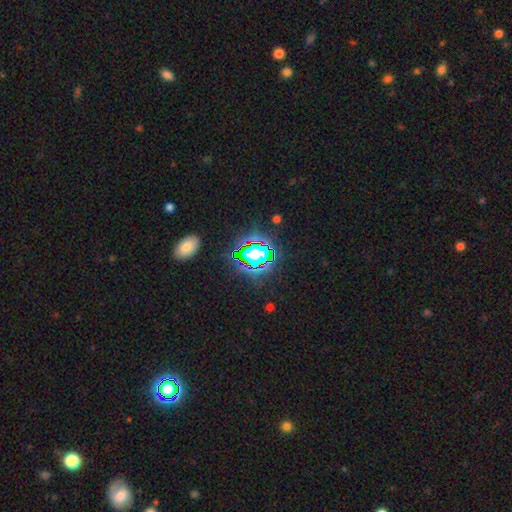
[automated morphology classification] This is likely a star or artifact rather than a galaxy (73%).